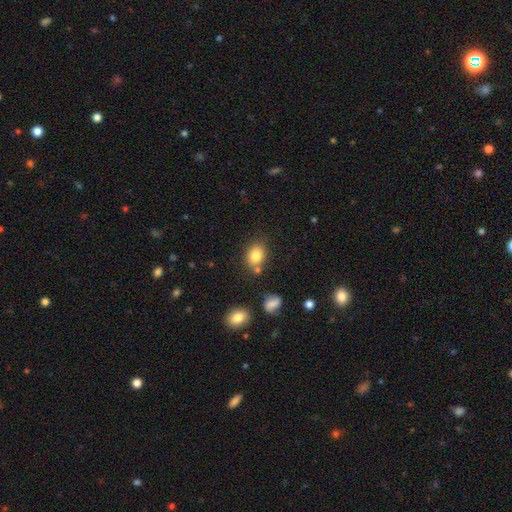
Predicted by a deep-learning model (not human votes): smooth_or_featured: smooth (p=0.82) [alt: star or artifact p=0.10]
how_rounded: in between (p=0.59) [alt: round p=0.40]
merging: none (p=0.72) [alt: minor disturbance p=0.14]